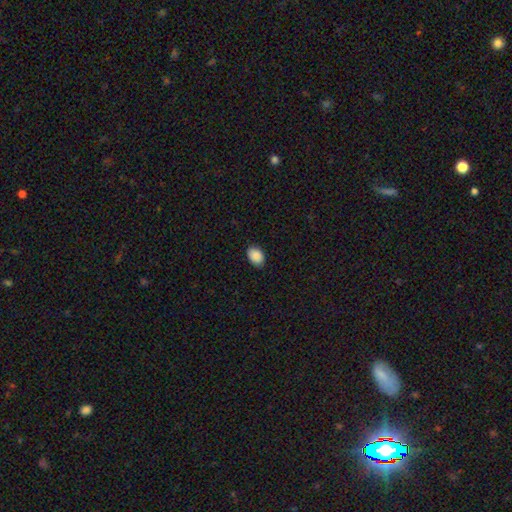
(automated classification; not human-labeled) smooth 90%, star or artifact 7%, featured or disk 3%. Down the decision tree: how rounded — in between (80%); merging — none (87%).